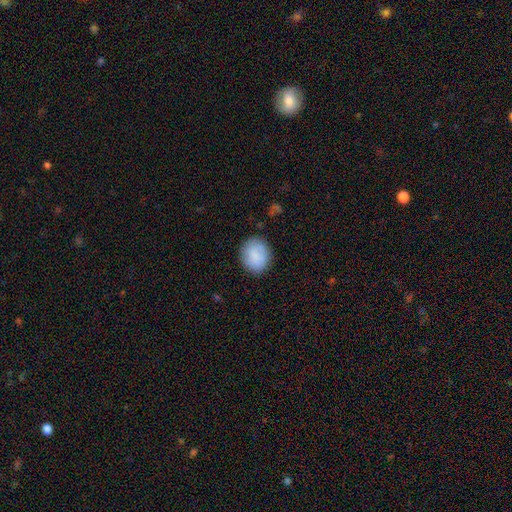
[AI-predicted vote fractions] Smooth or featured? smooth (86%)
How rounded? round (64%)
Merging? none (83%)